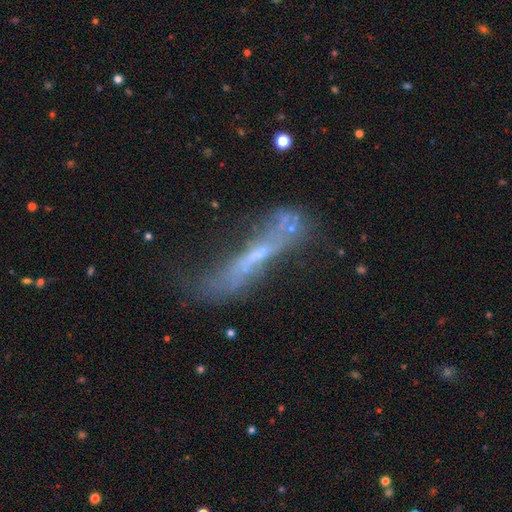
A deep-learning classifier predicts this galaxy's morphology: This appears to be a featured or disk galaxy (58%) with not edge-on (50%, tied with yes). Merging: none (37%).